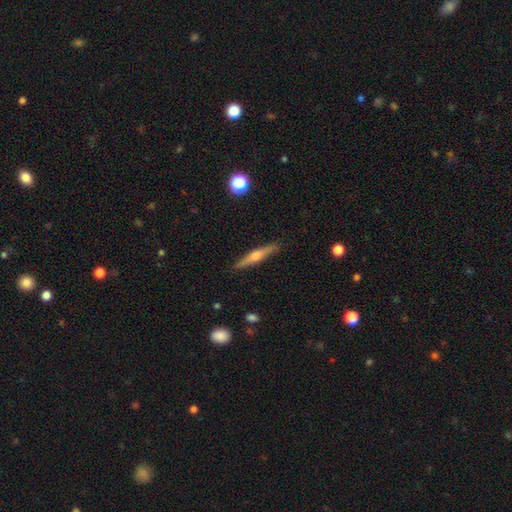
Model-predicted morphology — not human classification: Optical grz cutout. It shows a featured or disk galaxy (68%) viewed edge-on (97%) with a rounded central bulge (91%). Merging: none (90%).